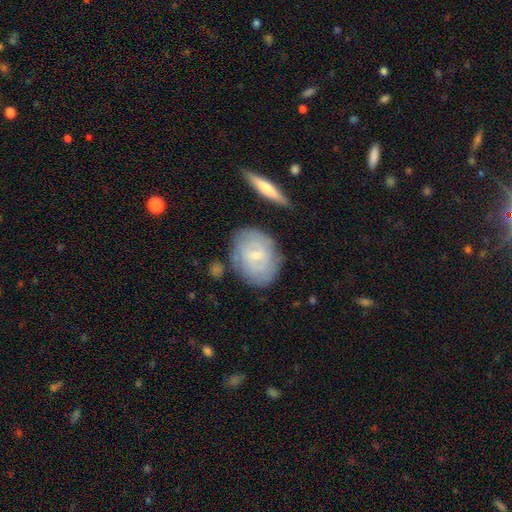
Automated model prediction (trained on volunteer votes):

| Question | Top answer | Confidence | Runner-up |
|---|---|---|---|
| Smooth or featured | featured or disk | 55% | smooth (39%) |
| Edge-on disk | no | 94% | yes (6%) |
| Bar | no | 49% | weak (43%) |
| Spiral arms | yes | 68% | no (32%) |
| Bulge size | small | 73% | moderate (22%) |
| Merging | none | 73% | minor disturbance (18%) |